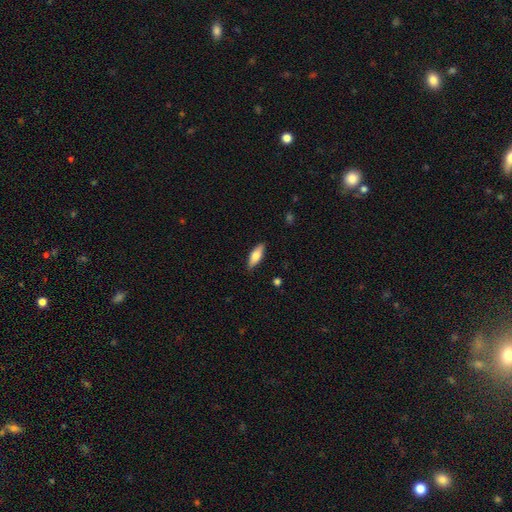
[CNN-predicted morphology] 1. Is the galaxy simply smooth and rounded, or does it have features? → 70% smooth, 24% featured or disk, 6% star or artifact.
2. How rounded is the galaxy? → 65% in between, 33% cigar-shaped, 2% round.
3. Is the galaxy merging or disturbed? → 86% none, 11% minor disturbance, 2% major disturbance, 1% merger.